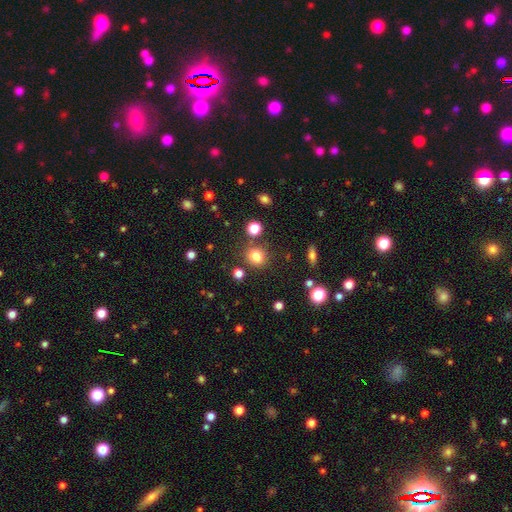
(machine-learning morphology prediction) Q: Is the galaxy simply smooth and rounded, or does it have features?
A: smooth — 79%.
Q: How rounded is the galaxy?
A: round — 82%.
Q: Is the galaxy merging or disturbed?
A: none — 79%.